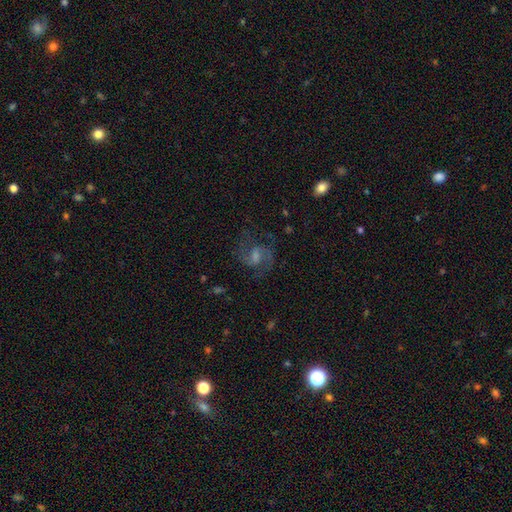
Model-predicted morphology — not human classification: Smooth or featured: featured or disk — 74% (smooth — 13%)
Edge-on disk: no — 97% (yes — 3%)
Bar: weak — 54% (no — 29%)
Spiral arms: yes — 94% (no — 6%)
Spiral winding: medium — 58% (loose — 24%)
Spiral arm count: 2 — 84% (can't tell — 7%)
Bulge size: moderate — 39% (small — 34%)
Merging: none — 72% (minor disturbance — 15%)